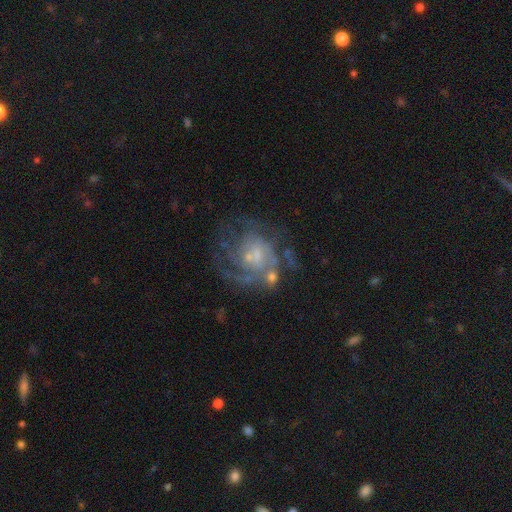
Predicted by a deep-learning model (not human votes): Morphology: type=featured or disk (78%); edge-on=no (98%); bar=no (62%); spiral arms=yes (80%); winding=tight (45%); arm count=can't tell (41%); bulge=small (55%); merging=none (47%).